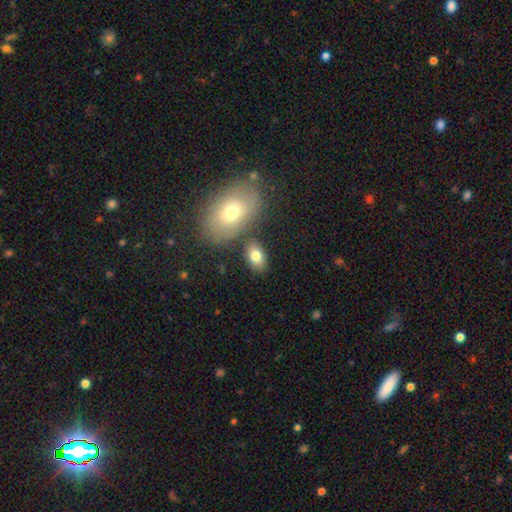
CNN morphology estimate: Overall: smooth (77%). How rounded: in between (87%). Merging: none (73%).